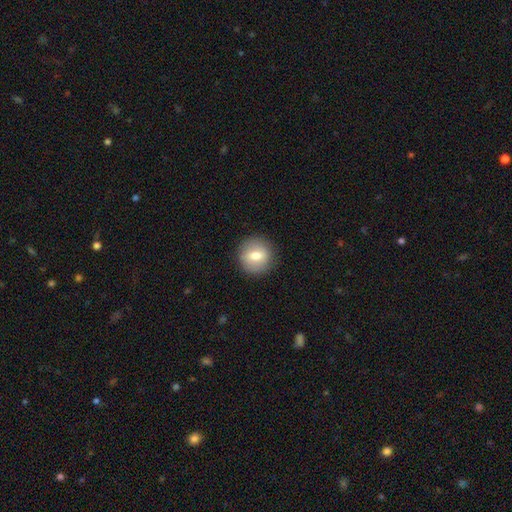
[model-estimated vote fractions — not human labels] This appears to be a smooth galaxy with no disk features (70%) that is round (90%). Merging: none (89%).